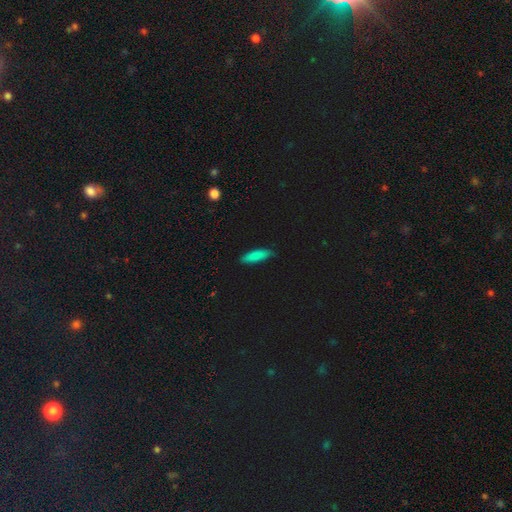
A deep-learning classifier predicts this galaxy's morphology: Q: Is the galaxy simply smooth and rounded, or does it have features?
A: smooth — 85%.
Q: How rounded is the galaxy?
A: cigar-shaped — 55%.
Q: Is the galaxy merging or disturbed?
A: none — 83%.